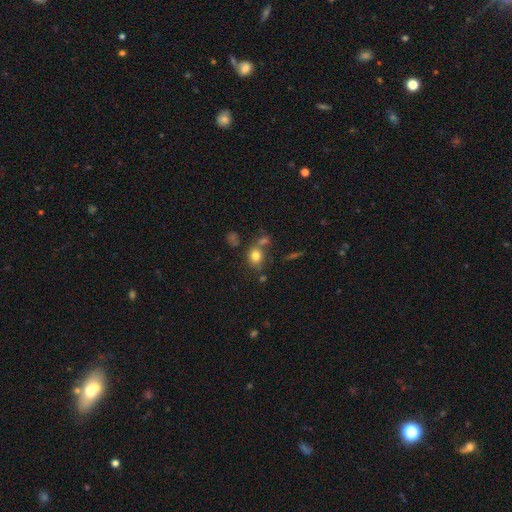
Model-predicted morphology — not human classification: Q: Smooth or featured?
A: smooth (77%); runner-up: star or artifact (13%)
Q: How rounded?
A: round (70%); runner-up: in between (28%)
Q: Merging?
A: none (61%); runner-up: merger (20%)